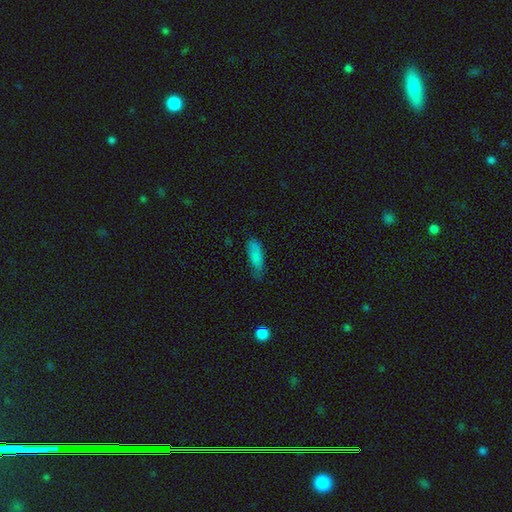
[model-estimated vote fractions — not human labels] smooth-or-featured: smooth: 81% | featured or disk: 11% | star or artifact: 8%
  how-rounded: in between: 60% | cigar-shaped: 38% | round: 2%
  merging: none: 63% | minor disturbance: 28% | major disturbance: 7% | merger: 2%